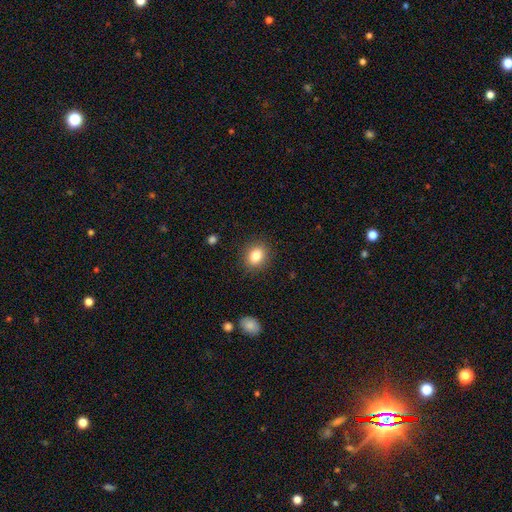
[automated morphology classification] This appears to be a smooth galaxy with no disk features (84%) that is in between round and cigar-shaped (51%). Merging: none (88%).